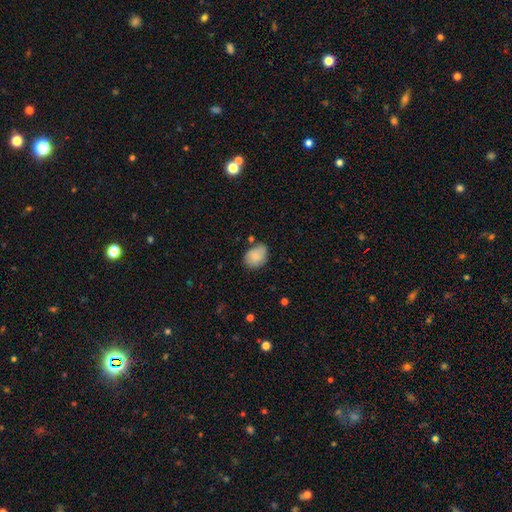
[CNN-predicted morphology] The model was most divided on "how rounded": in between: 69%, round: 30%, cigar-shaped: 1%. More confident: smooth or featured — smooth (82%); merging — none (66%).